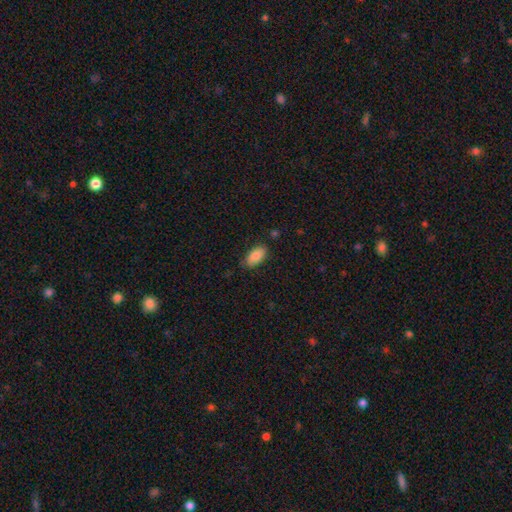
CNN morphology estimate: This appears to be a smooth galaxy with no disk features (86%) that is in between round and cigar-shaped (91%). Merging: none (81%).